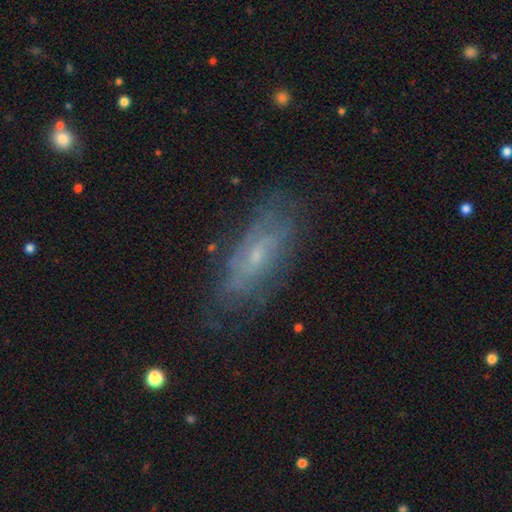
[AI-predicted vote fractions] This appears to be a featured or disk galaxy (62%) with no bar (61%), spiral arms (68%) and a small central bulge (67%). Merging: none (73%).